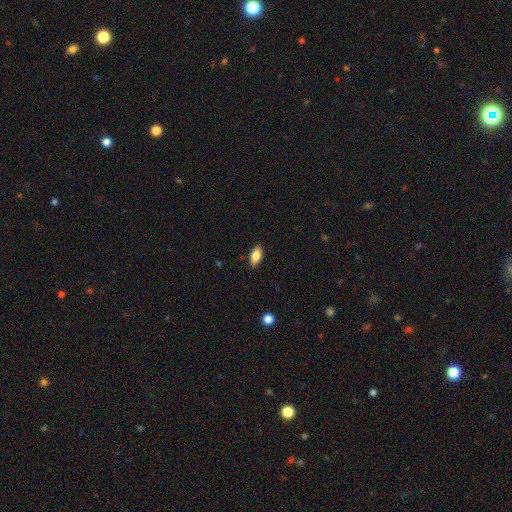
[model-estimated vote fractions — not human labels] Morphology: type=smooth (81%); roundness=in between (88%); merging=none (86%).